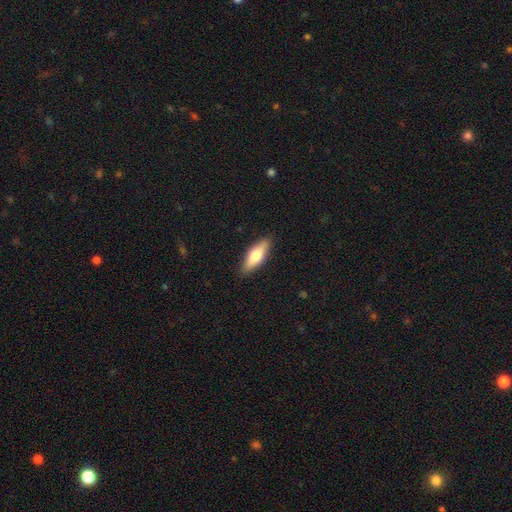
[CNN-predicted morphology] Smooth or featured? smooth (66%)
How rounded? in between (57%)
Merging? none (88%)